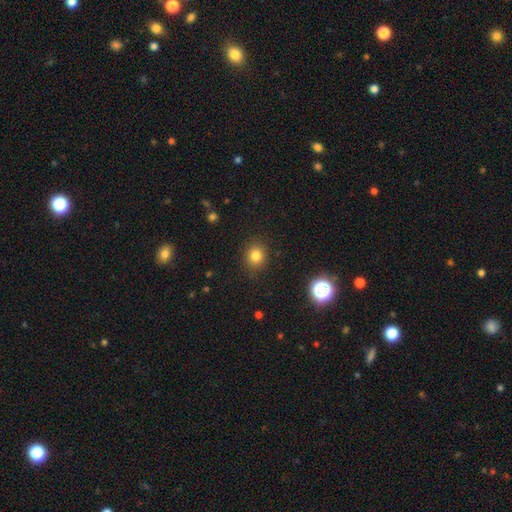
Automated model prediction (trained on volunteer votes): Morphology: type=smooth (81%); roundness=round (78%); merging=none (88%).